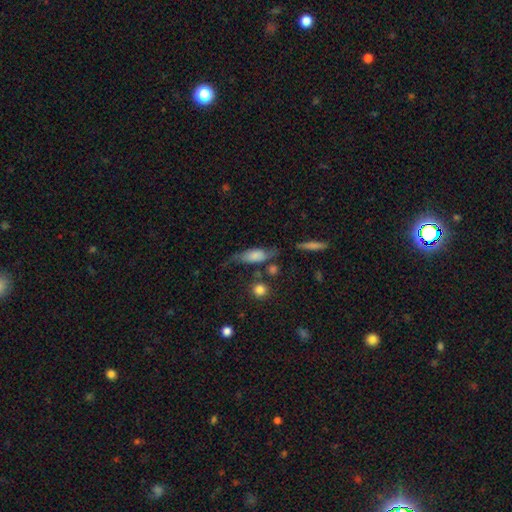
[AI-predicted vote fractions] Smooth or featured? smooth (58%)
How rounded? in between (66%)
Merging? none (48%)